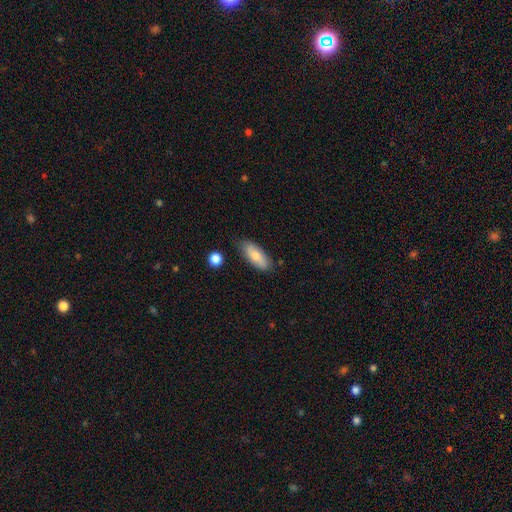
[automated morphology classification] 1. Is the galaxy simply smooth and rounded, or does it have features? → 77% smooth, 17% featured or disk, 6% star or artifact.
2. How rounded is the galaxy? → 76% in between, 22% cigar-shaped, 2% round.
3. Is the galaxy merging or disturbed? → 79% none, 15% minor disturbance, 3% major disturbance, 3% merger.